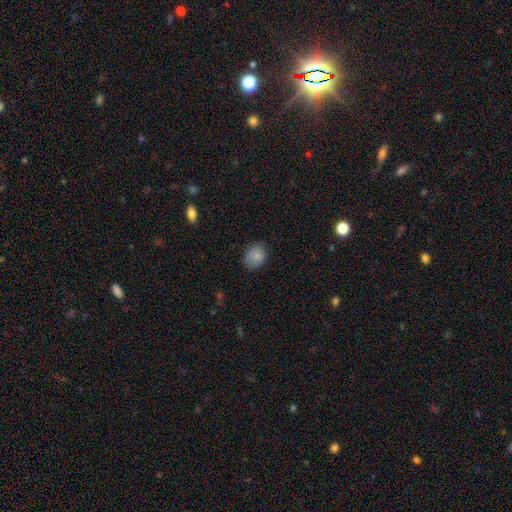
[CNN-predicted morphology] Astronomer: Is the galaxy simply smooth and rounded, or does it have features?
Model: smooth — 85%.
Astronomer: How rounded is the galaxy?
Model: in between — 54% (runner-up: round, 45%).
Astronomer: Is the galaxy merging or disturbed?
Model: none — 76%.